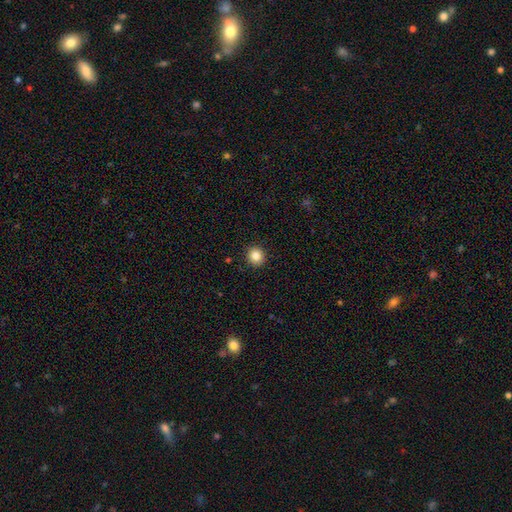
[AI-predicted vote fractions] Smooth or featured? Predicted: smooth (p=0.84). How rounded? Predicted: round (p=0.91). Merging? Predicted: none (p=0.92).